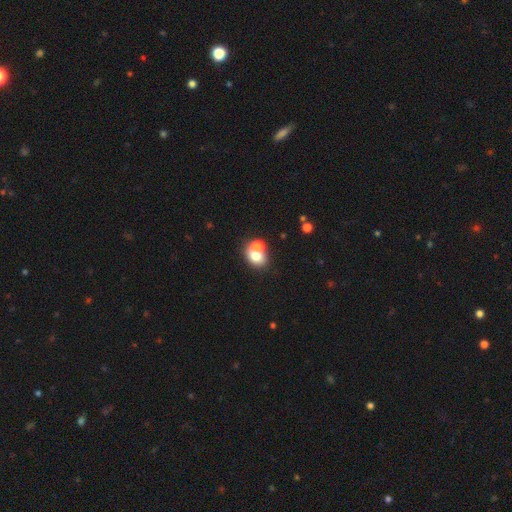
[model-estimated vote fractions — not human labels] Smooth or featured? smooth (70%)
How rounded? round (50%)
Merging? merger (54%)